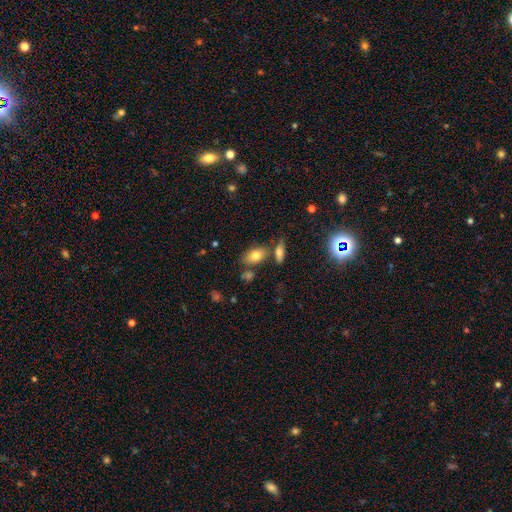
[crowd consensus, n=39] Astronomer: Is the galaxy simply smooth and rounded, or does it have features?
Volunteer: smooth — 87%.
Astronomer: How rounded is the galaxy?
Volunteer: in between — 88%.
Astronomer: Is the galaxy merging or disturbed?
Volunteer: none — 74%.